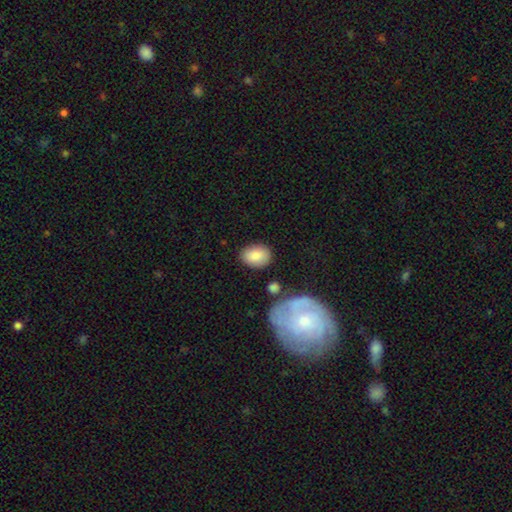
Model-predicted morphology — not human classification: Overall: smooth (86%). How rounded: in between (75%). Merging: none (80%).